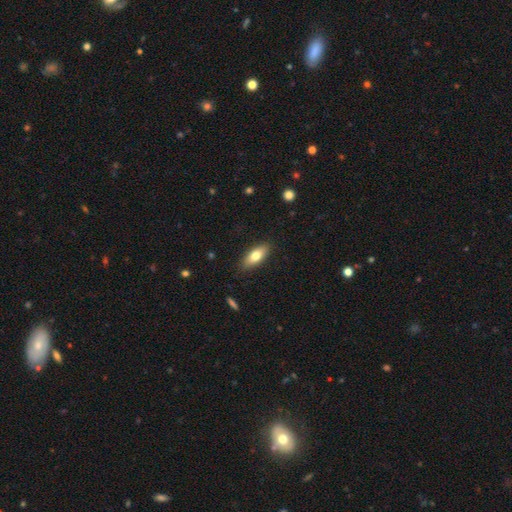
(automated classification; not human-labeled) smooth_or_featured: smooth (p=0.74) [alt: featured or disk p=0.19]
how_rounded: in between (p=0.75) [alt: cigar-shaped p=0.22]
merging: none (p=0.86) [alt: minor disturbance p=0.10]